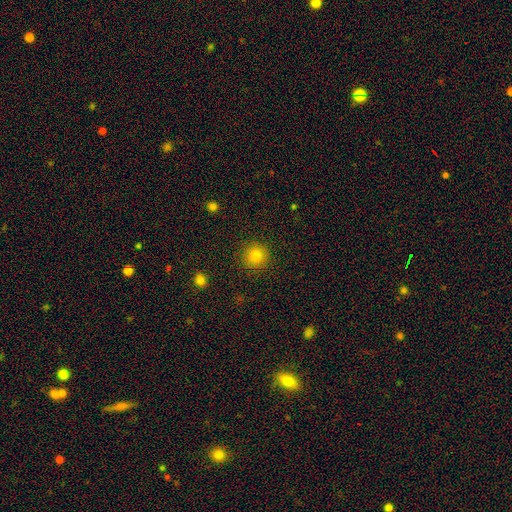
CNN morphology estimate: This appears to be a smooth galaxy with no disk features (82%) that is round (94%). Merging: none (91%).